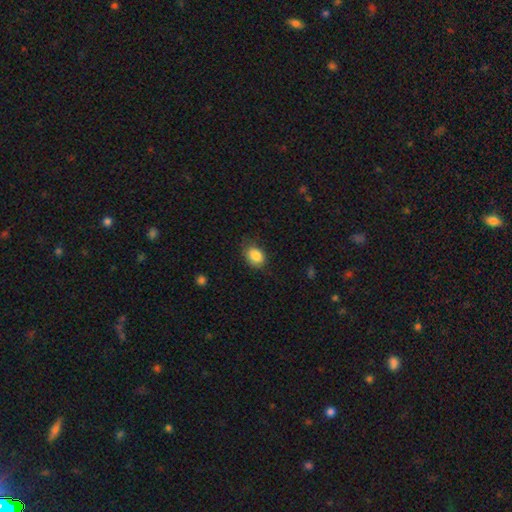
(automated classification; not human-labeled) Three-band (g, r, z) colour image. It shows a smooth galaxy with no disk features (86%) that is in between round and cigar-shaped (70%). Merging: none (71%).